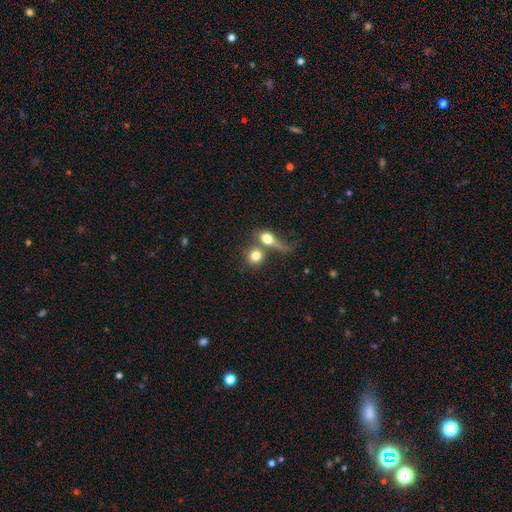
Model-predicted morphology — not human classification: smooth_or_featured: smooth (p=0.76) [alt: featured or disk p=0.14]
how_rounded: round (p=0.77) [alt: in between p=0.20]
merging: merger (p=0.49) [alt: none p=0.33]